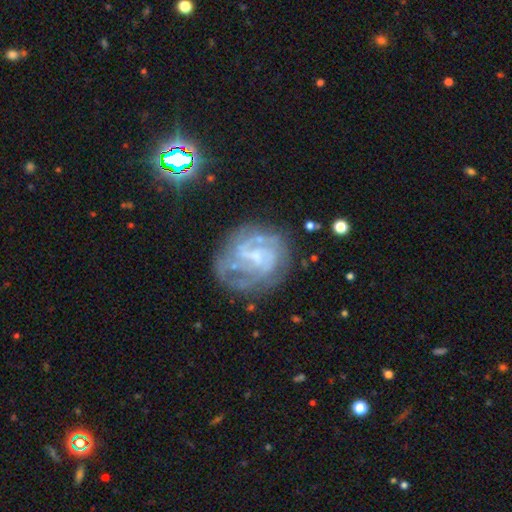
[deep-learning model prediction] featured or disk 79%, smooth 11%, star or artifact 9%. Down the decision tree: edge-on disk — no (98%); bar — weak (51%); spiral arms — yes (85%); spiral arm count — can't tell (38%); spiral winding — tight (47%); bulge size — small (55%); merging — none (65%).